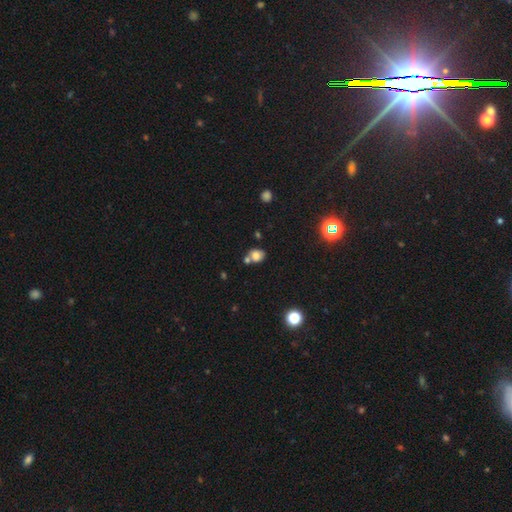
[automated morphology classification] Q: Smooth or featured?
A: smooth (74%); runner-up: star or artifact (14%)
Q: How rounded?
A: in between (51%); runner-up: round (48%)
Q: Merging?
A: none (48%); runner-up: merger (35%)